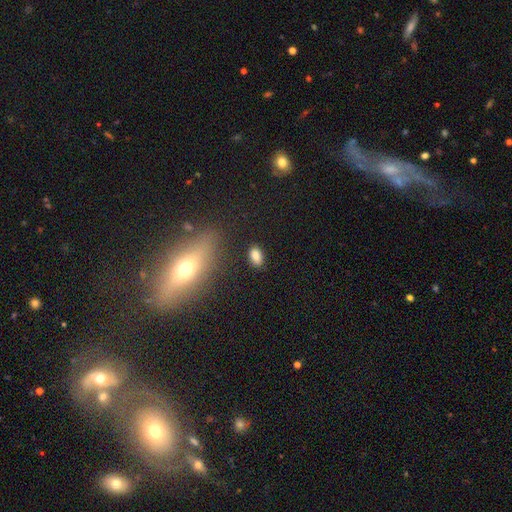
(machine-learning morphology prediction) Smooth or featured? smooth (84%)
How rounded? in between (89%)
Merging? none (85%)